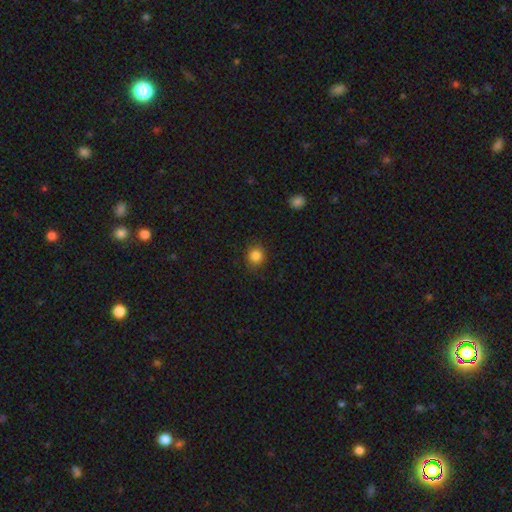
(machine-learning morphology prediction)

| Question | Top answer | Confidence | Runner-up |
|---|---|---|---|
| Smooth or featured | smooth | 85% | star or artifact (11%) |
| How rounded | round | 86% | in between (13%) |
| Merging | none | 88% | minor disturbance (8%) |